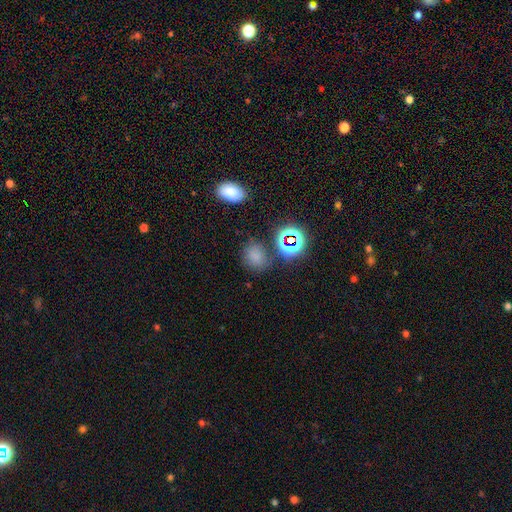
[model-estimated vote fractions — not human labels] smooth_or_featured: smooth (p=0.70) [alt: star or artifact p=0.23]
how_rounded: round (p=0.60) [alt: in between p=0.39]
merging: none (p=0.72) [alt: minor disturbance p=0.15]